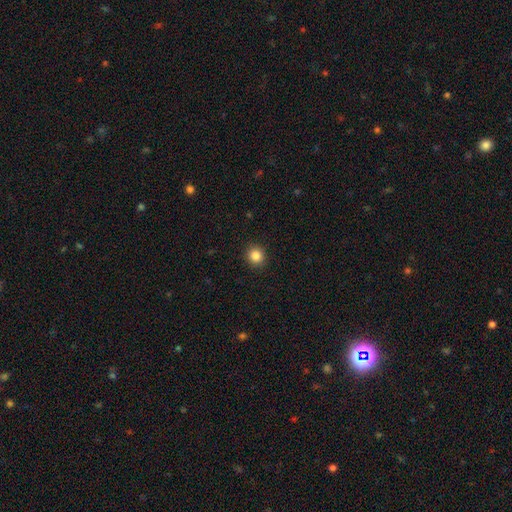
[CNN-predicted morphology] Smooth or featured: smooth — 85% (star or artifact — 11%)
How rounded: round — 92% (in between — 7%)
Merging: none — 92% (minor disturbance — 5%)